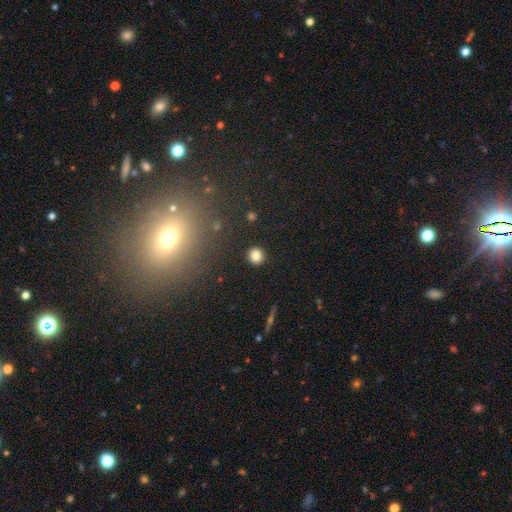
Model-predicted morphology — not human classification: This is clearly a smooth galaxy (83%). How rounded: clearly round (90%). Merging: clearly none (91%).